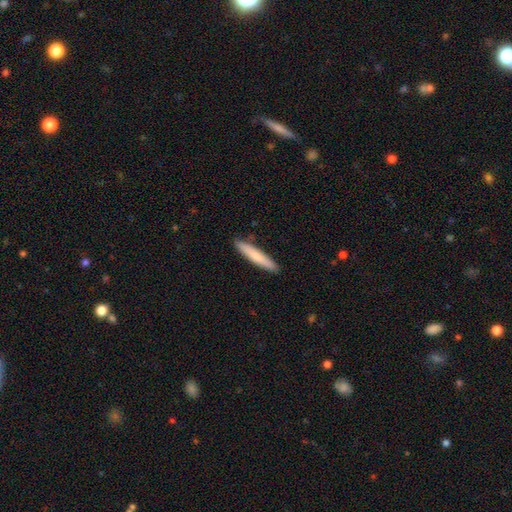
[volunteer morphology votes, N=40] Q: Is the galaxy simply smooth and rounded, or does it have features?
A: smooth — 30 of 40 (75%).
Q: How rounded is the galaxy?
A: cigar-shaped — 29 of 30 (97%).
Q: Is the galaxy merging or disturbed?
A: none — 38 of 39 (97%).